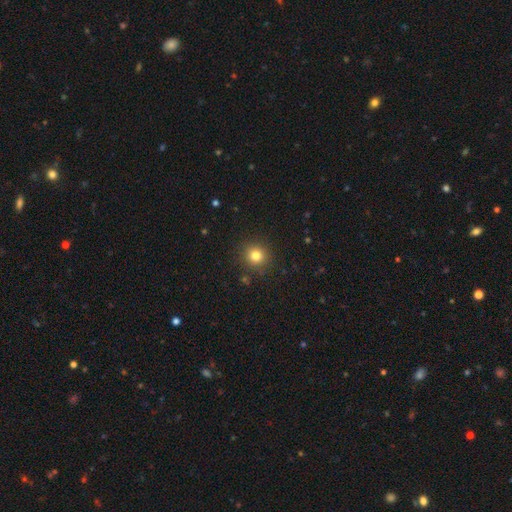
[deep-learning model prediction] smooth 80%, star or artifact 13%, featured or disk 7%. Down the decision tree: how rounded — round (91%); merging — none (90%).